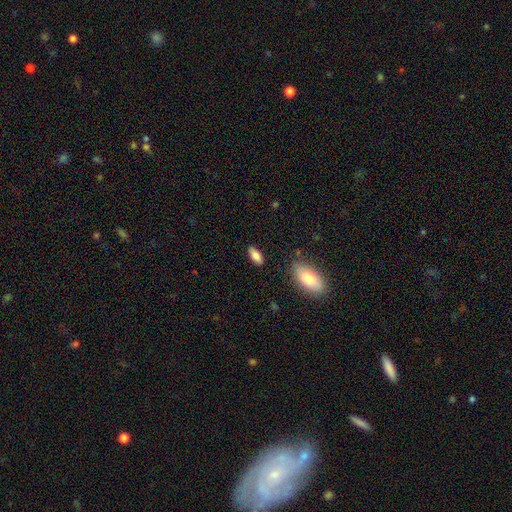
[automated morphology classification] Smooth or featured?
  - smooth: 84% *
  - featured or disk: 9%
  - star or artifact: 7%
How rounded?
  - in between: 83% *
  - cigar-shaped: 15%
  - round: 3%
Merging?
  - none: 85% *
  - minor disturbance: 11%
  - major disturbance: 3%
  - merger: 2%